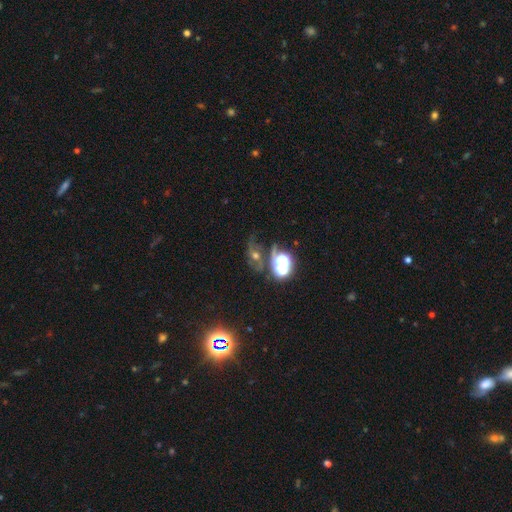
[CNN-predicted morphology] Overall: featured or disk (40%; star or artifact 36%). Merging: none (47%; major disturbance 23%).